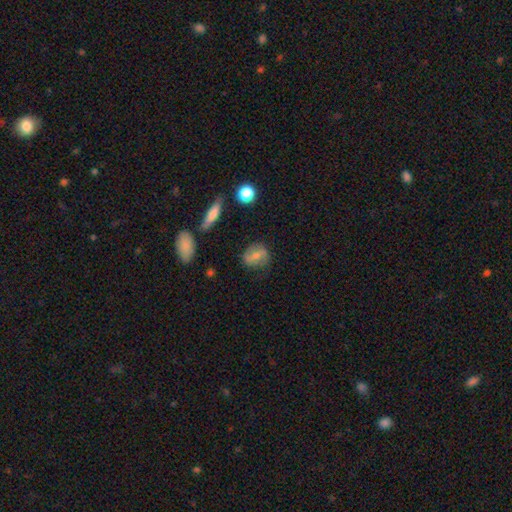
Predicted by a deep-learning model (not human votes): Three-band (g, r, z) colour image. It shows a smooth galaxy with no disk features (53%) that is in between round and cigar-shaped (48%). Merging: none (77%).